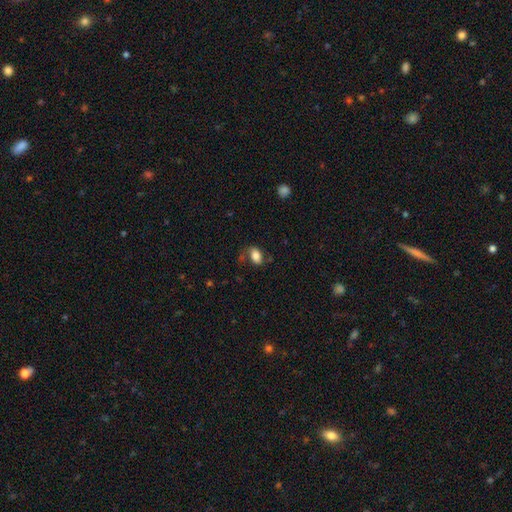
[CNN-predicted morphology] Overall: smooth (80%). How rounded: in between (89%). Merging: none (60%; minor disturbance 24%).